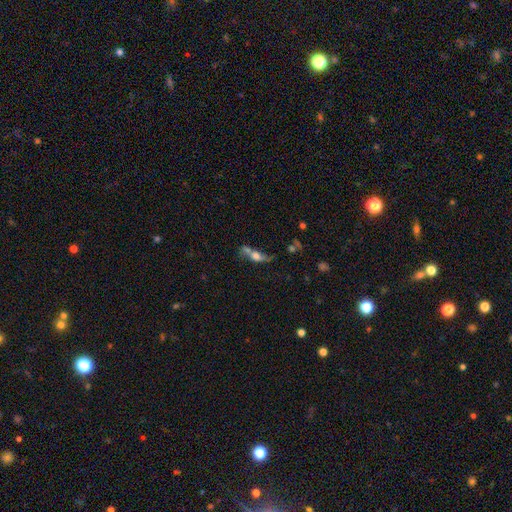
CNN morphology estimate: Overall: smooth (49%; featured or disk 37%). Merging: merger (42%; none 29%).